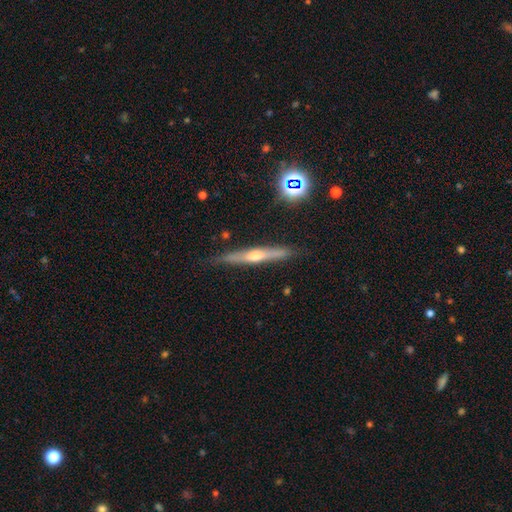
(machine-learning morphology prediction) Overall: featured or disk (62%; smooth 29%). Edge-on disk: yes (96%). Edge-on bulge: rounded (82%). Merging: none (85%).